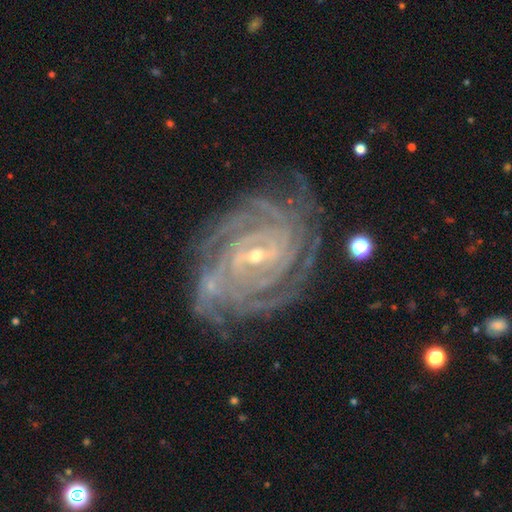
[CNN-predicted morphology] This appears to be a featured or disk galaxy (93%) with a weak bar (45%), 4 (33%) tight (81%) spiral arms (98%) and a small central bulge (70%). Merging: none (73%).